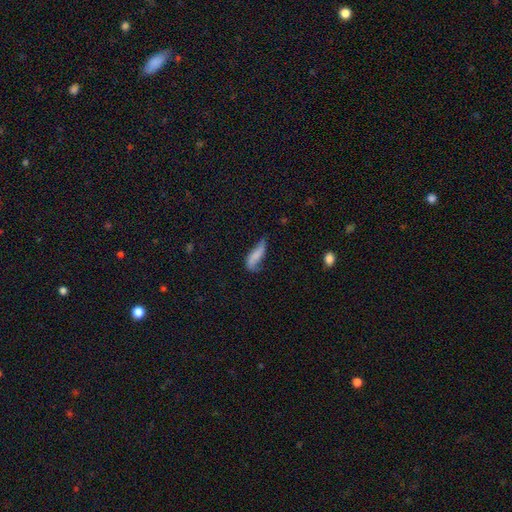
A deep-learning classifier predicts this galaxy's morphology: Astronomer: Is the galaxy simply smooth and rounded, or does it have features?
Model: smooth — 60%.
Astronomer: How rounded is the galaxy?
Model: cigar-shaped — 49% (runner-up: in between, 48%).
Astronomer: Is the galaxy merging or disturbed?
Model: none — 40% (runner-up: minor disturbance, 35%).